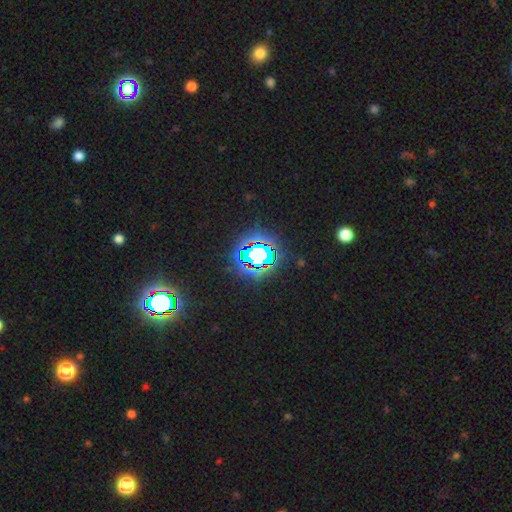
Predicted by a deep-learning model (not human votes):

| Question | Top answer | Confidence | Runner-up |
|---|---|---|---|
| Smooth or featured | star or artifact | 76% | smooth (15%) |